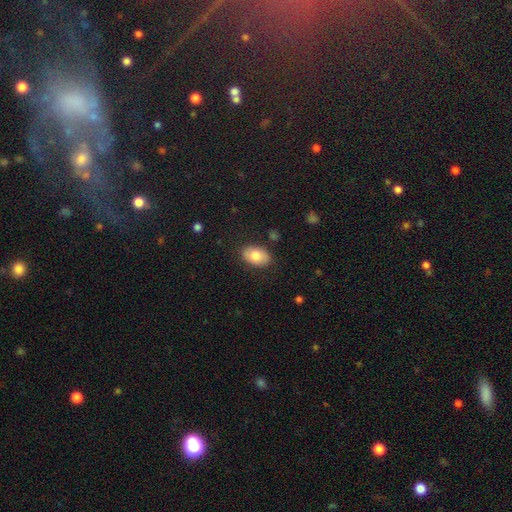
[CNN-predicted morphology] type=smooth (79%); roundness=in between (88%); merging=none (84%).